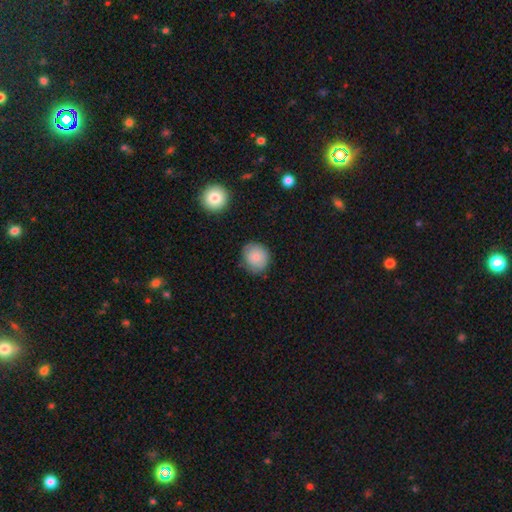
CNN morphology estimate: A smooth galaxy with no disk features (84%) that is round (80%). Merging: none (78%).